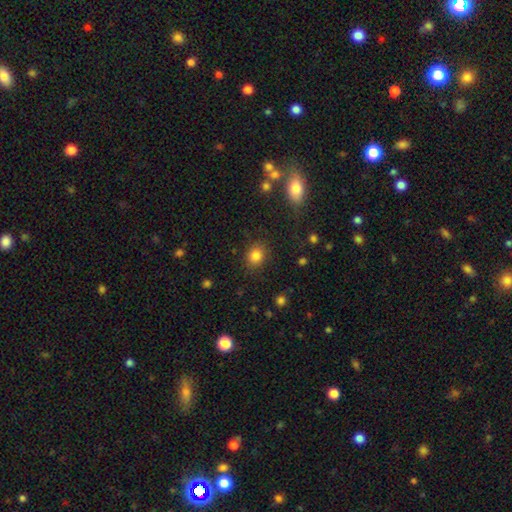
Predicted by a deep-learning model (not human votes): Q: Smooth or featured?
A: smooth (83%); runner-up: star or artifact (11%)
Q: How rounded?
A: round (67%); runner-up: in between (32%)
Q: Merging?
A: none (86%); runner-up: minor disturbance (10%)